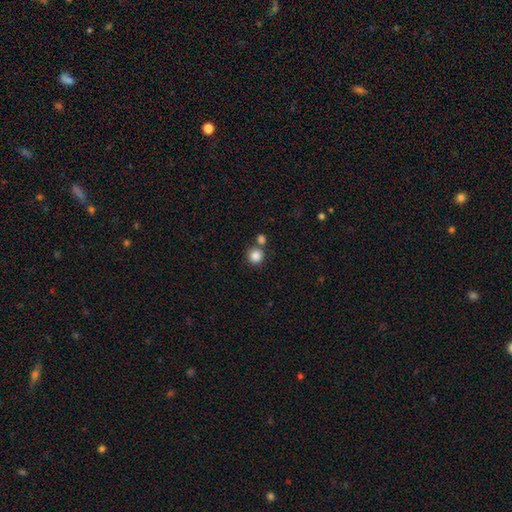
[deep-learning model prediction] Overall: smooth (85%). How rounded: round (93%). Merging: none (69%).